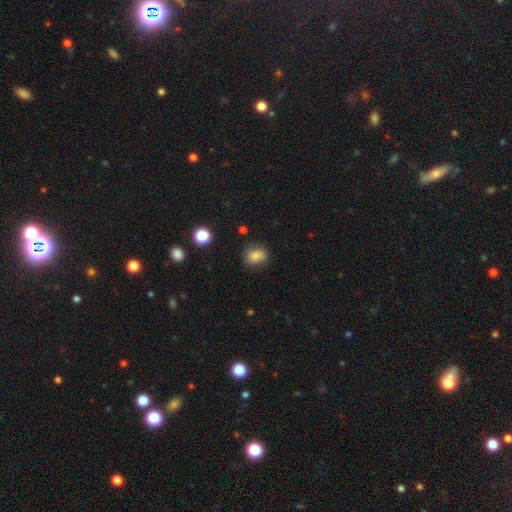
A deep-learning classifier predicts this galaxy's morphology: Smooth or featured? smooth (81%)
How rounded? in between (56%)
Merging? none (70%)